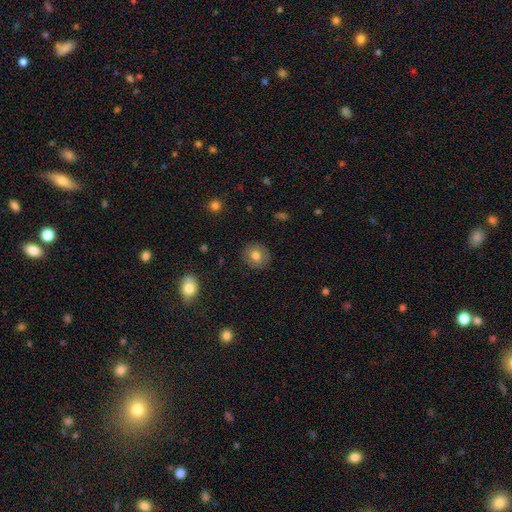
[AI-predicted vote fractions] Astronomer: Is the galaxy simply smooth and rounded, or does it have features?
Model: smooth — 75%.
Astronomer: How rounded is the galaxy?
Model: round — 86%.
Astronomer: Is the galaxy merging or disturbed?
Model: none — 88%.